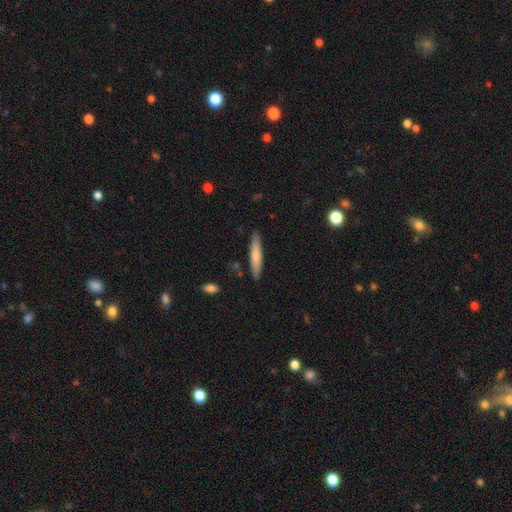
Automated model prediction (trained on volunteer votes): Overall: smooth (72%). How rounded: cigar-shaped (91%). Merging: none (87%).